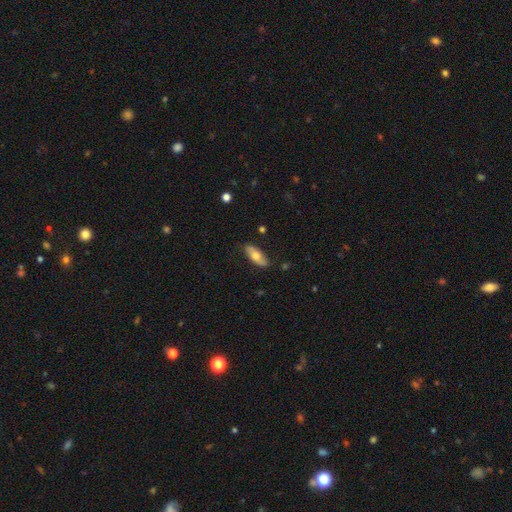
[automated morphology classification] The model was most divided on "smooth or featured": smooth: 61%, featured or disk: 33%, star or artifact: 6%. More confident: merging — none (82%); how rounded — in between (78%).